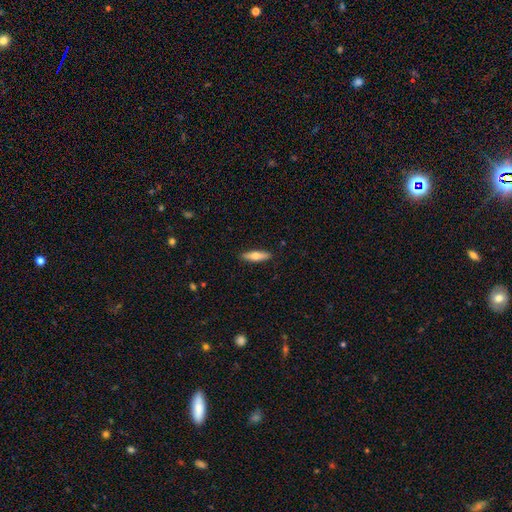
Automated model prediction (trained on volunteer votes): smooth 67%, featured or disk 27%, star or artifact 6%. Down the decision tree: how rounded — cigar-shaped (60%); merging — none (89%).